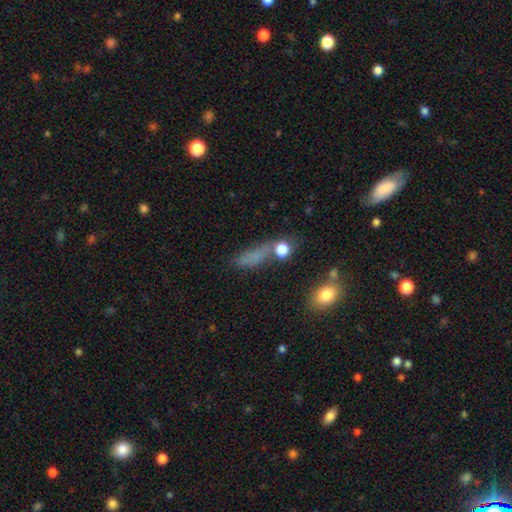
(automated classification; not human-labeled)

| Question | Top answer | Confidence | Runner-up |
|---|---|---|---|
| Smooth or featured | smooth | 63% | star or artifact (20%) |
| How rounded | cigar-shaped | 53% | in between (35%) |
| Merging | none | 55% | minor disturbance (20%) |